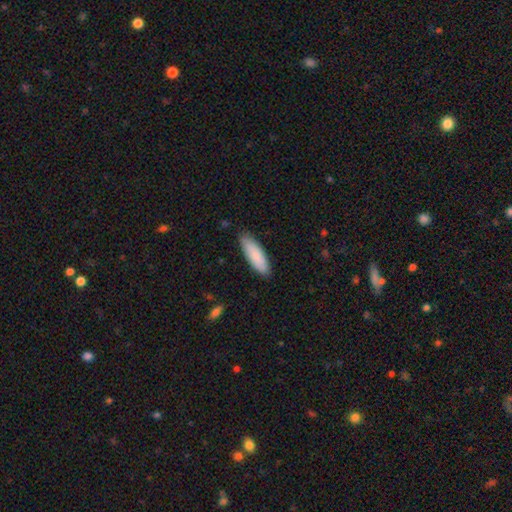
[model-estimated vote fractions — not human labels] Smooth or featured?
  - smooth: 86% *
  - featured or disk: 9%
  - star or artifact: 5%
How rounded?
  - cigar-shaped: 50% *
  - in between: 48%
  - round: 1%
Merging?
  - none: 86% *
  - minor disturbance: 11%
  - major disturbance: 2%
  - merger: 1%